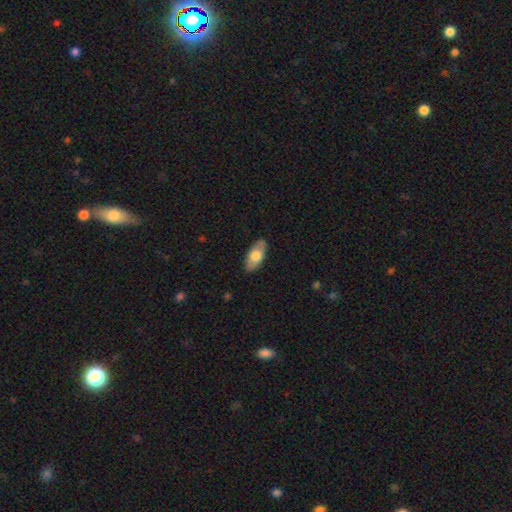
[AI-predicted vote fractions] Overall: smooth (64%; featured or disk 31%). How rounded: in between (91%). Merging: none (86%).